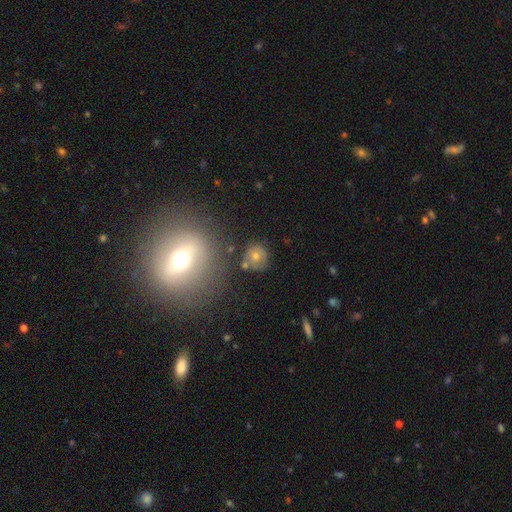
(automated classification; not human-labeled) Smooth or featured: smooth — 64% (featured or disk — 23%)
How rounded: round — 86% (in between — 13%)
Merging: none — 65% (minor disturbance — 18%)